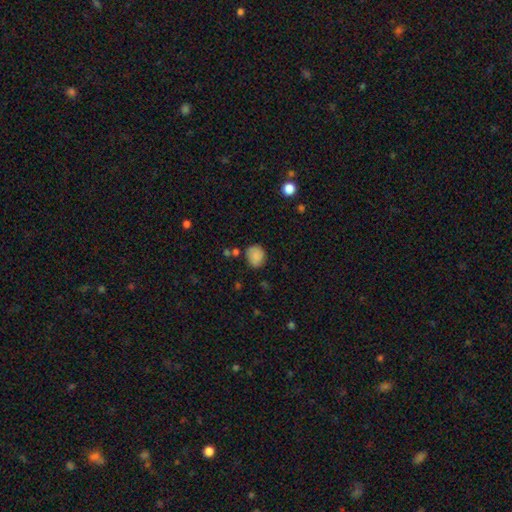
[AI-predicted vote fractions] This is clearly a smooth galaxy (84%). How rounded: likely round (69%). Merging: likely none (72%).